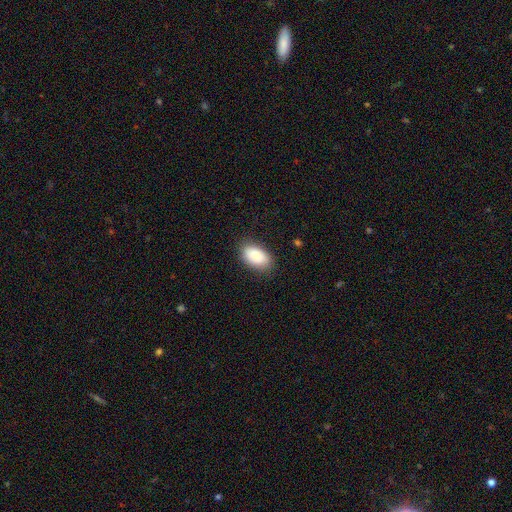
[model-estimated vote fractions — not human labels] Q: Smooth or featured?
A: smooth (86%); runner-up: featured or disk (7%)
Q: How rounded?
A: in between (93%); runner-up: round (6%)
Q: Merging?
A: none (82%); runner-up: minor disturbance (14%)